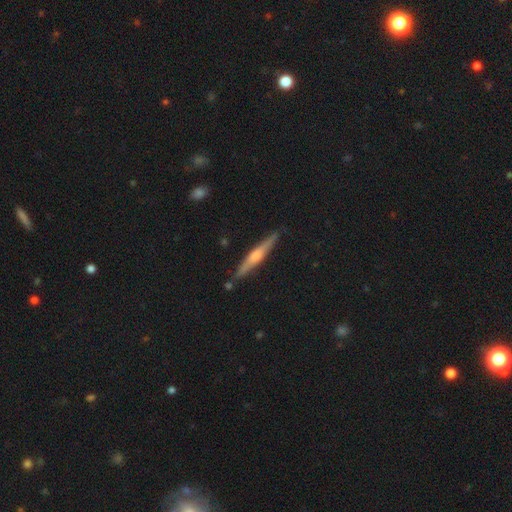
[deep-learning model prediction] Smooth or featured: featured or disk — 63% (smooth — 31%)
Edge-on disk: yes — 97% (no — 3%)
Edge-on bulge: rounded — 74% (none — 13%)
Merging: none — 86% (minor disturbance — 10%)